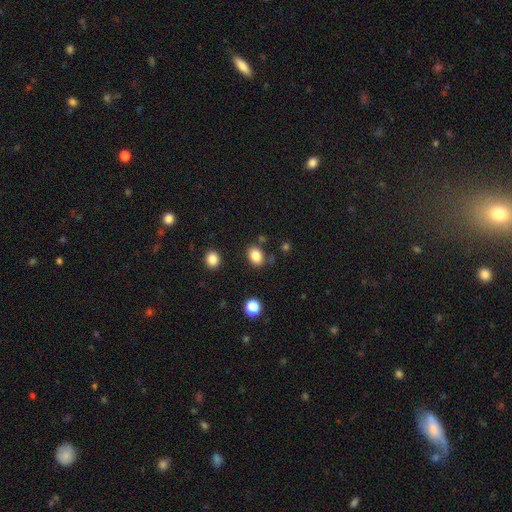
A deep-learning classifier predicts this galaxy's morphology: This is clearly a smooth galaxy (84%). How rounded: likely in between (67%). Merging: clearly none (81%).